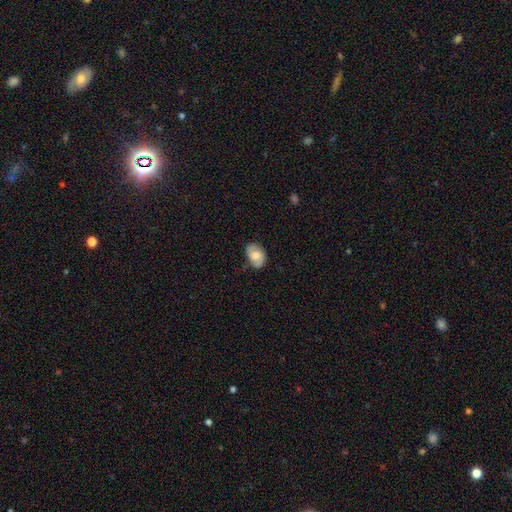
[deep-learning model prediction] smooth 60%, featured or disk 33%, star or artifact 8%. Down the decision tree: how rounded — in between (80%); merging — none (69%).